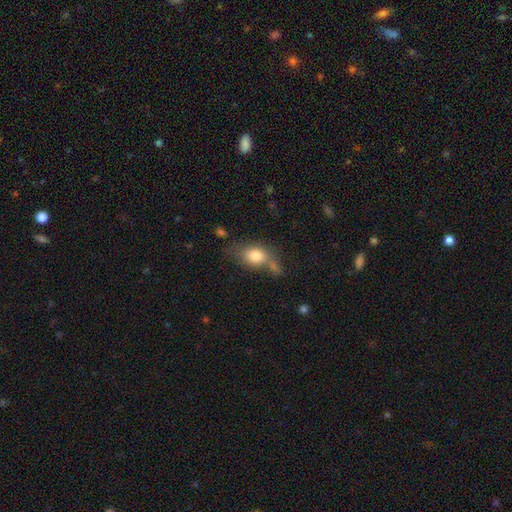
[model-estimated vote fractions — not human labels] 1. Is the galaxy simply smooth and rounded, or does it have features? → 78% smooth, 13% featured or disk, 9% star or artifact.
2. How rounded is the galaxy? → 75% in between, 21% round, 3% cigar-shaped.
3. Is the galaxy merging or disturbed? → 43% none, 24% minor disturbance, 20% merger, 12% major disturbance.